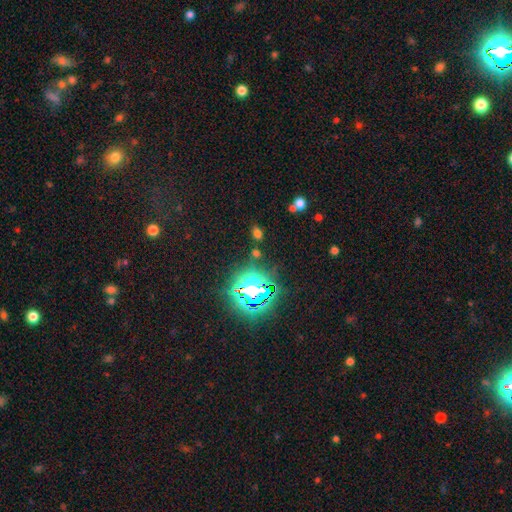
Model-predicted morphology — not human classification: Smooth or featured? Predicted: star or artifact (p=0.74).